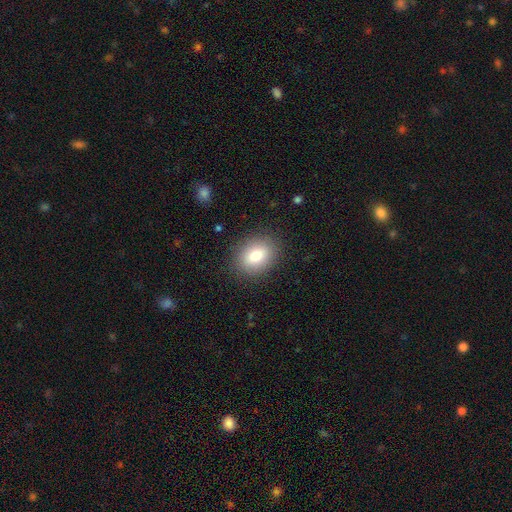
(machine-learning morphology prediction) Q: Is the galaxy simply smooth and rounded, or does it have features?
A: smooth — 80%.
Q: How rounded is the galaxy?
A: in between — 59%.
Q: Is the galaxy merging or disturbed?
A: none — 87%.